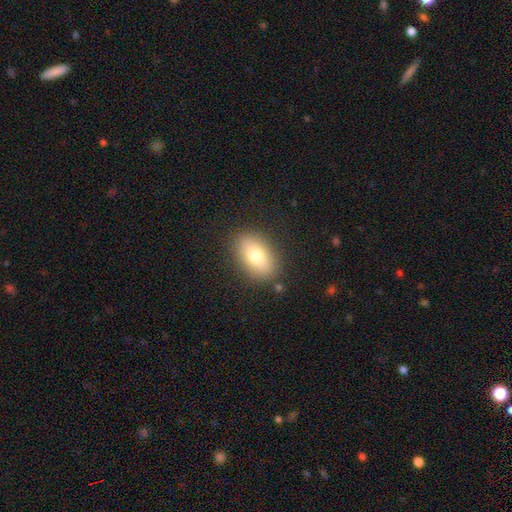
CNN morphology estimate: smooth_or_featured: smooth (p=0.77) [alt: featured or disk p=0.15]
how_rounded: in between (p=0.88) [alt: round p=0.10]
merging: none (p=0.86) [alt: minor disturbance p=0.09]